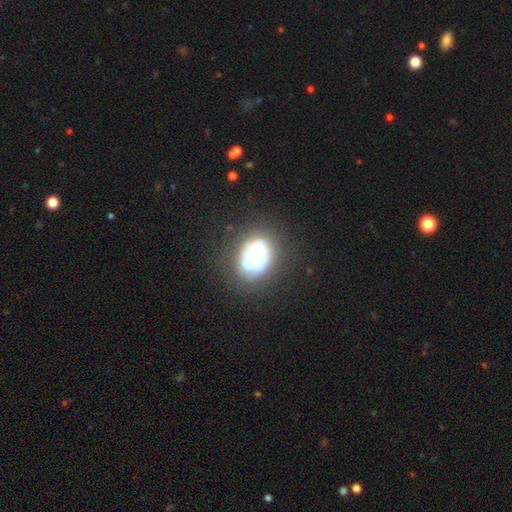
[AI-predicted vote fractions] Morphology: type=featured or disk (54%); edge-on=no (97%); bar=no (84%); spiral arms=yes (63%); bulge=moderate (36%); merging=none (63%).